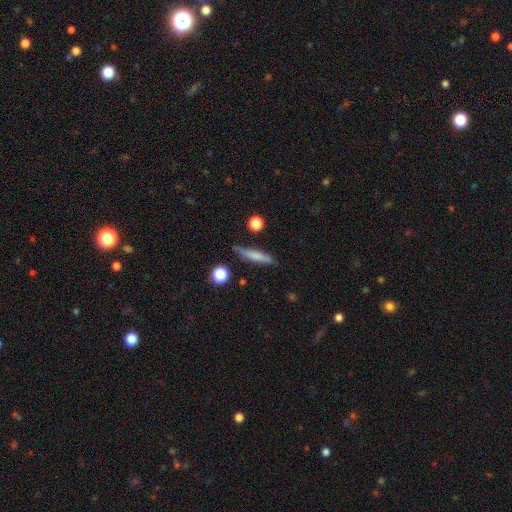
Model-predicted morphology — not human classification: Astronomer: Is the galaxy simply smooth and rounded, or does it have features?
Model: smooth — 69%.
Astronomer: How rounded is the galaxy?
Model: cigar-shaped — 86%.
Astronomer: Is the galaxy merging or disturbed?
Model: none — 78%.